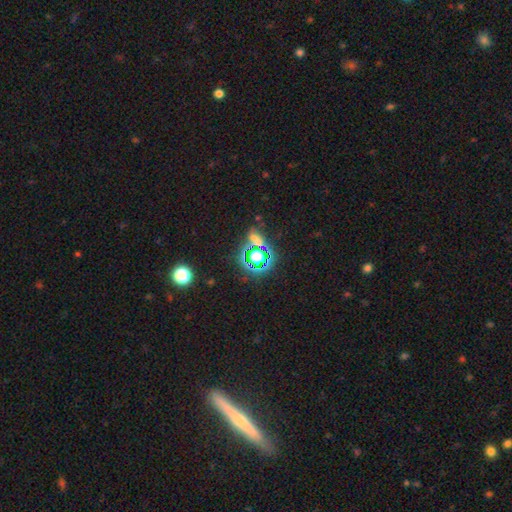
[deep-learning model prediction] The model was most divided on "smooth or featured": star or artifact: 65%, smooth: 24%, featured or disk: 11%.